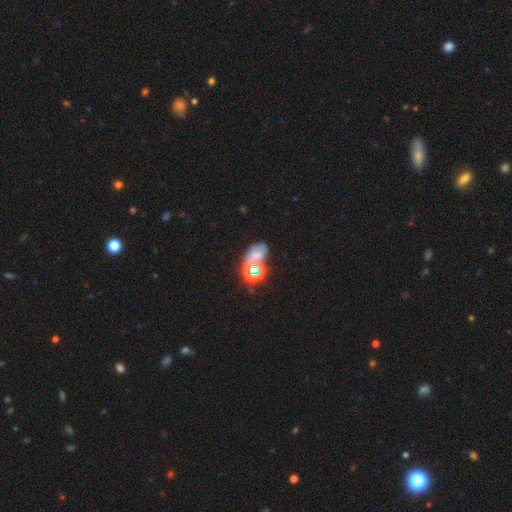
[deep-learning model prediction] Smooth or featured: smooth — 40% (star or artifact — 38%)
Merging: none — 43% (merger — 25%)